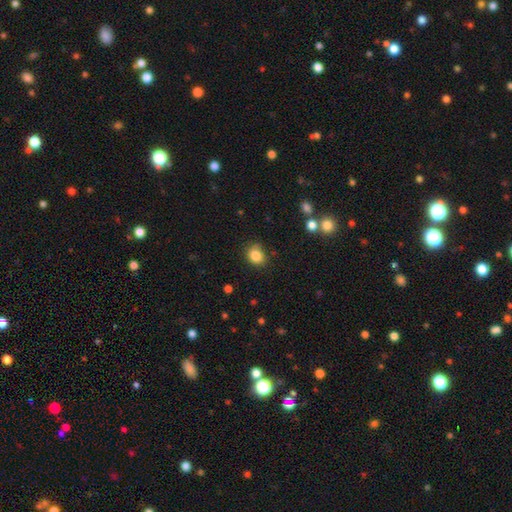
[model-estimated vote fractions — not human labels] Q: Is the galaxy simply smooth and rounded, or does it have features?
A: smooth — 84%.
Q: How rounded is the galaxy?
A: round — 61%.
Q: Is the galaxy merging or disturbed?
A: none — 79%.